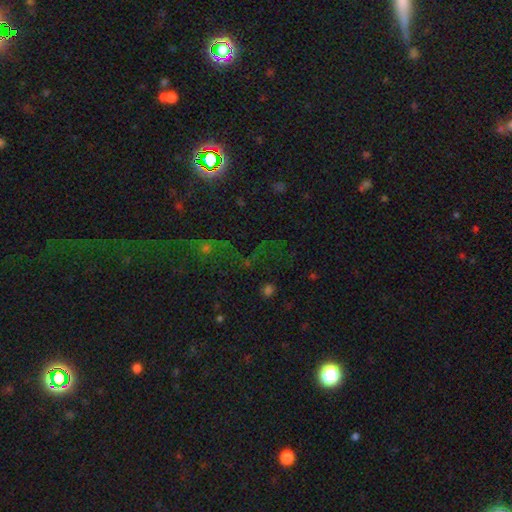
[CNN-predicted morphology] Overall: star or artifact (70%).